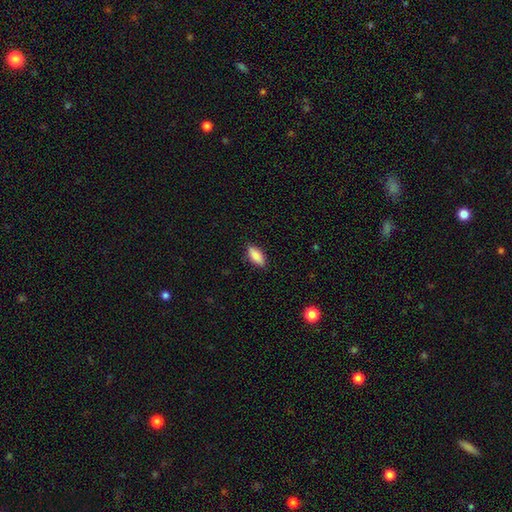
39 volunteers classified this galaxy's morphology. Smooth or featured: smooth — 74% (featured or disk — 21%)
How rounded: in between — 62% (cigar-shaped — 38%)
Merging: none — 86% (minor disturbance — 11%)